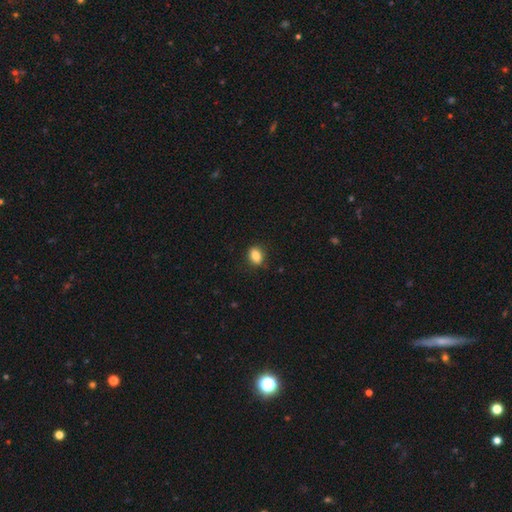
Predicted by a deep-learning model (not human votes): smooth_or_featured: smooth (p=0.86) [alt: star or artifact p=0.09]
how_rounded: in between (p=0.74) [alt: round p=0.25]
merging: none (p=0.81) [alt: minor disturbance p=0.15]